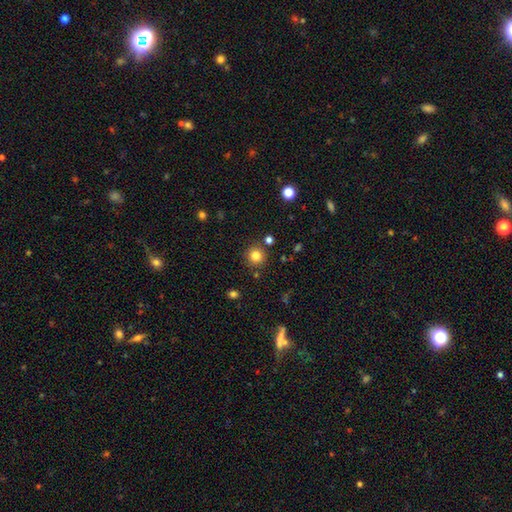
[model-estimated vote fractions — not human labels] Smooth or featured? Predicted: smooth (p=0.82). How rounded? Predicted: round (p=0.94). Merging? Predicted: none (p=0.86).